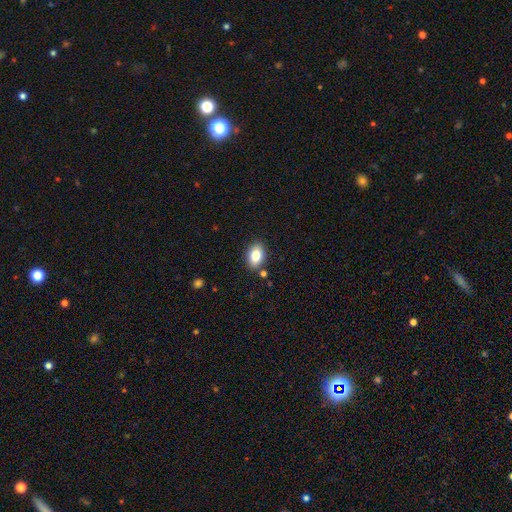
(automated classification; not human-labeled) A smooth galaxy with no disk features (83%) that is in between round and cigar-shaped (85%). Merging: none (85%).